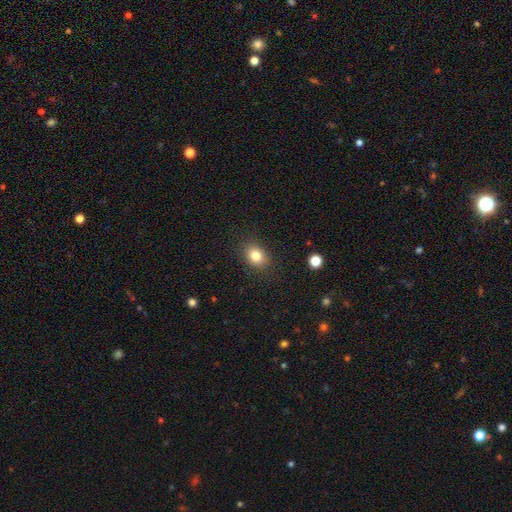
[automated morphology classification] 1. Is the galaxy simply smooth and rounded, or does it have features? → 83% smooth, 10% star or artifact, 7% featured or disk.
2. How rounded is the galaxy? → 54% in between, 45% round, 1% cigar-shaped.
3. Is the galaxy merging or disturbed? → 87% none, 9% minor disturbance, 3% major disturbance, 1% merger.